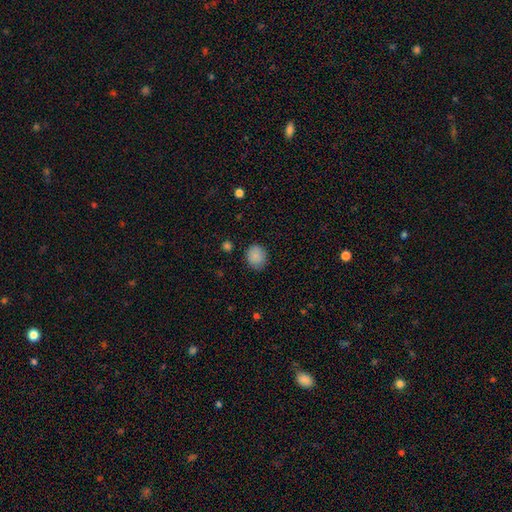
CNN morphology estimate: A smooth galaxy with no disk features (87%) that is round (73%). Merging: none (85%).